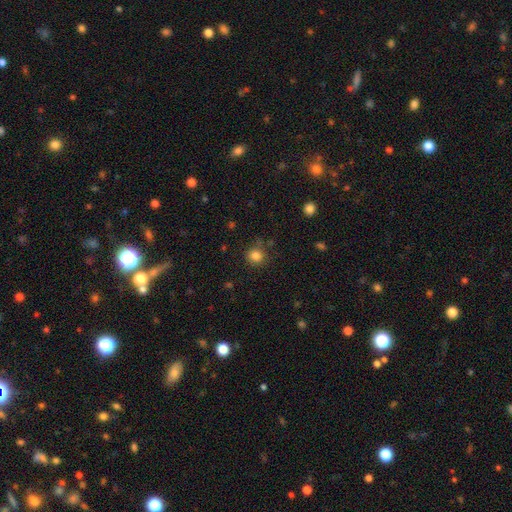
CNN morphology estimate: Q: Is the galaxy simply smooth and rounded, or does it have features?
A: smooth — 83%.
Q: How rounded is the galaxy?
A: round — 89%.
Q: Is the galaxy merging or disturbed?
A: none — 82%.